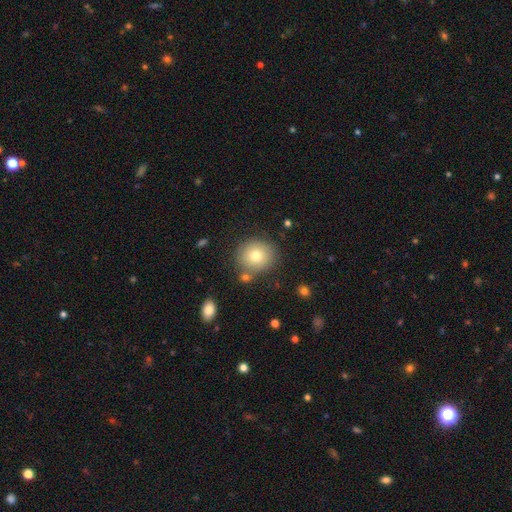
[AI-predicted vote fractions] Q: Smooth or featured?
A: smooth (76%); runner-up: featured or disk (13%)
Q: How rounded?
A: round (83%); runner-up: in between (17%)
Q: Merging?
A: none (76%); runner-up: minor disturbance (12%)